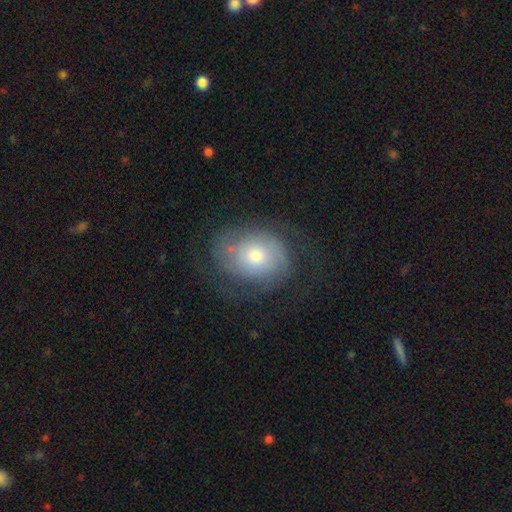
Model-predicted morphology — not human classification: A featured or disk galaxy (47%).

Vote fractions:
- Smooth or featured? featured or disk: 47% / smooth: 45% / star or artifact: 8%
- Merging? none: 62% / minor disturbance: 22% / major disturbance: 15% / merger: 2%